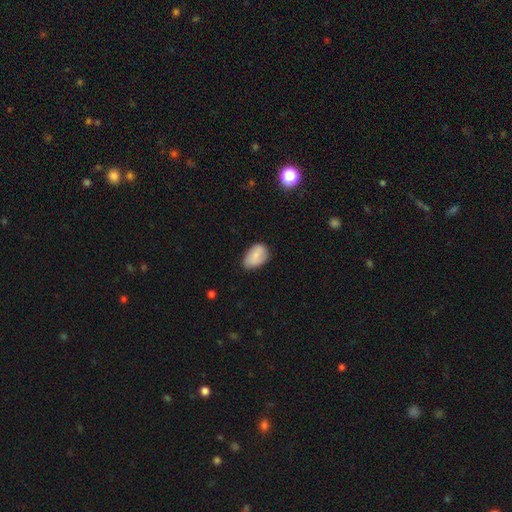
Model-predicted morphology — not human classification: A smooth galaxy with no disk features (77%) that is in between round and cigar-shaped (89%).

Vote fractions:
- Smooth or featured? smooth: 77% / featured or disk: 16% / star or artifact: 7%
- How rounded? in between: 89% / round: 9% / cigar-shaped: 2%
- Merging? none: 72% / minor disturbance: 23% / major disturbance: 4% / merger: 1%